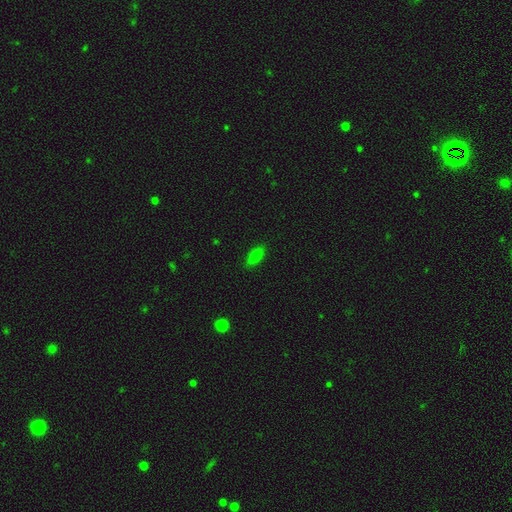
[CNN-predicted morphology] type=smooth (75%); roundness=in between (79%); merging=none (86%).